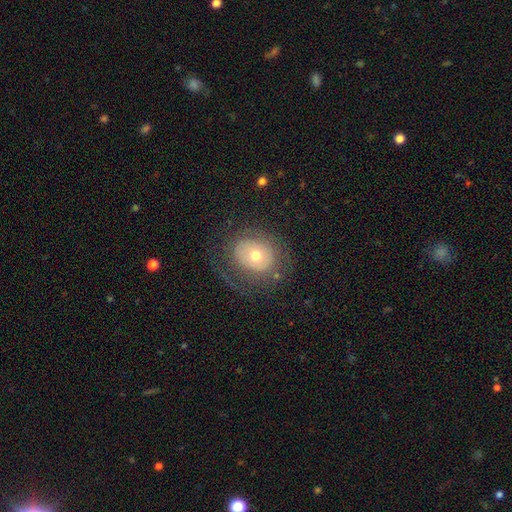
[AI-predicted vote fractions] Overall: smooth (49%; featured or disk 41%). Merging: none (65%).